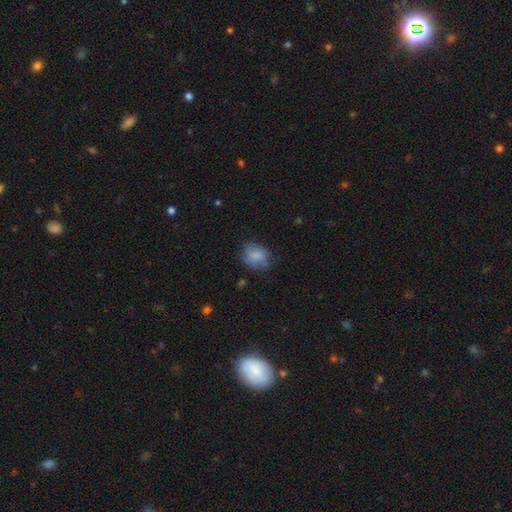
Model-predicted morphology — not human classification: This is likely a smooth galaxy (78%). How rounded: possibly in between (50%). Merging: likely none (64%).